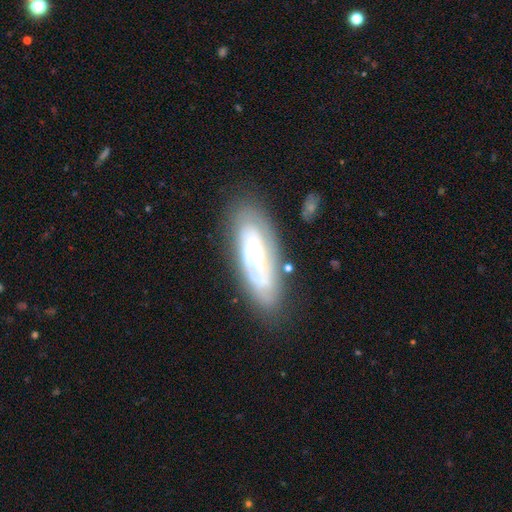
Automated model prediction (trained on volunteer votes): Morphology: type=featured or disk (72%); edge-on=no (86%); bar=no (62%); spiral arms=yes (81%); winding=tight (65%); arm count=can't tell (47%); bulge=small (65%); merging=none (75%).